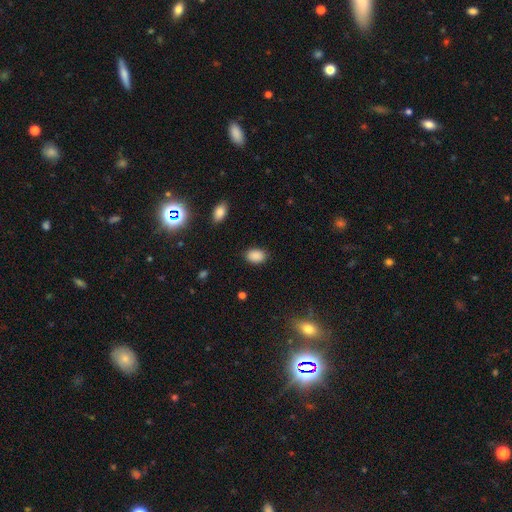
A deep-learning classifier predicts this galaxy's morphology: Smooth or featured?
  - smooth: 88% *
  - star or artifact: 9%
  - featured or disk: 3%
How rounded?
  - in between: 81% *
  - round: 18%
  - cigar-shaped: 1%
Merging?
  - none: 86% *
  - minor disturbance: 10%
  - major disturbance: 3%
  - merger: 1%